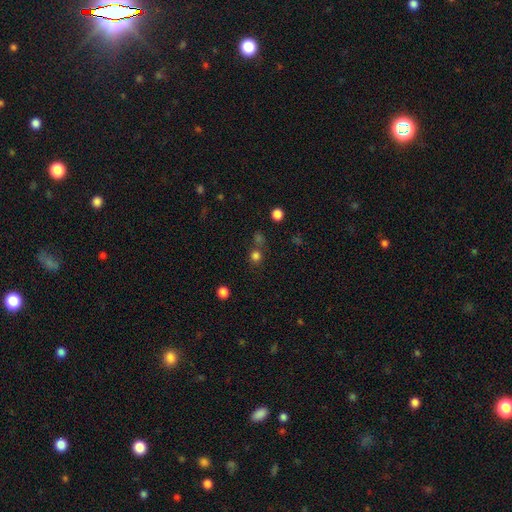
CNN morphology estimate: Q: Smooth or featured?
A: smooth (74%); runner-up: star or artifact (21%)
Q: How rounded?
A: round (90%); runner-up: in between (9%)
Q: Merging?
A: none (67%); runner-up: merger (22%)